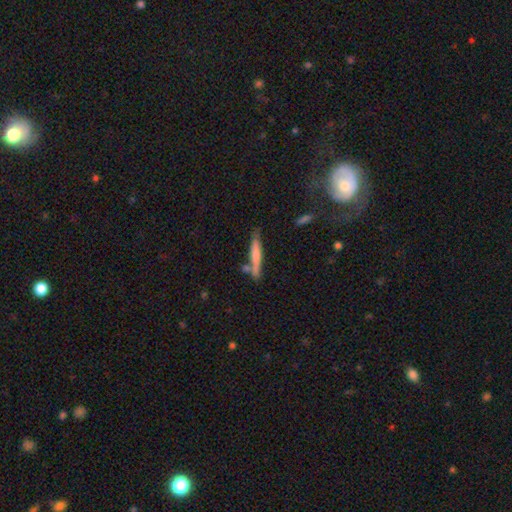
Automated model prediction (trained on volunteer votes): This is likely a smooth galaxy (61%). How rounded: clearly cigar-shaped (93%). Merging: likely none (68%).